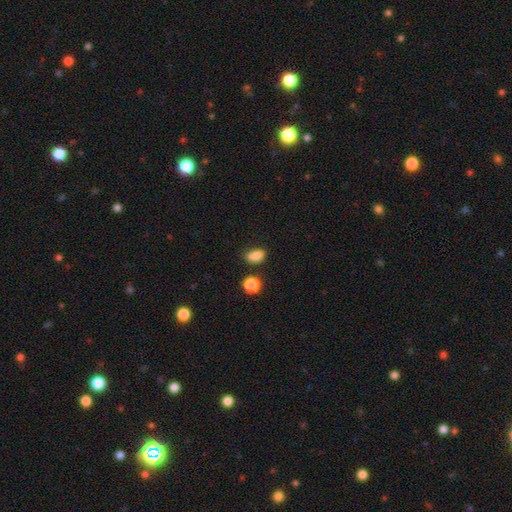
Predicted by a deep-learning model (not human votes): Smooth or featured? Predicted: smooth (p=0.85). How rounded? Predicted: in between (p=0.79). Merging? Predicted: none (p=0.72).